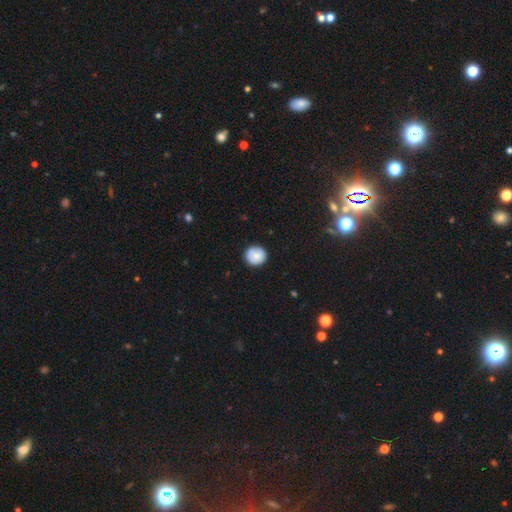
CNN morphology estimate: This appears to be a smooth galaxy with no disk features (81%) that is round (90%). Merging: none (85%).